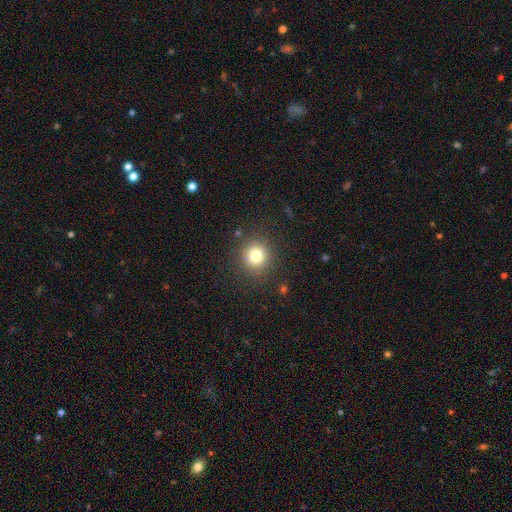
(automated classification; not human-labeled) Smooth or featured? Predicted: smooth (p=0.79). How rounded? Predicted: round (p=0.90). Merging? Predicted: none (p=0.88).